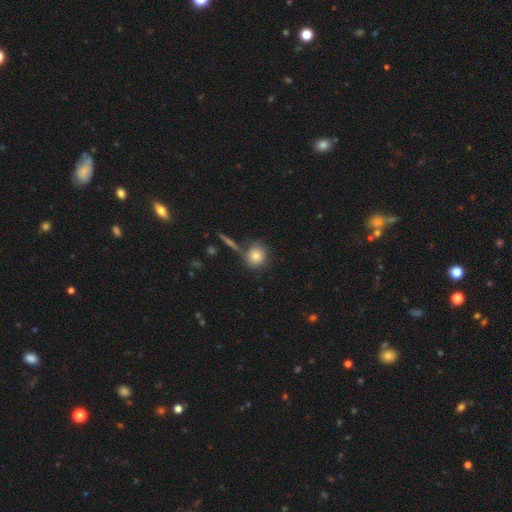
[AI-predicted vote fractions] smooth-or-featured: smooth: 81% | featured or disk: 10% | star or artifact: 9%
  how-rounded: round: 87% | in between: 11% | cigar-shaped: 2%
  merging: none: 68% | merger: 15% | minor disturbance: 12% | major disturbance: 4%